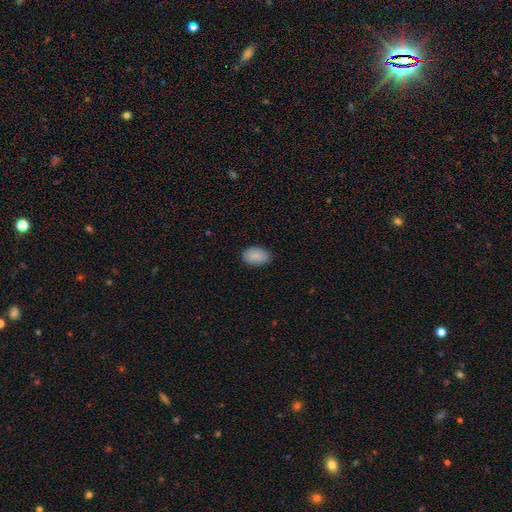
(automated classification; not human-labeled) Smooth or featured? smooth (90%)
How rounded? in between (90%)
Merging? none (88%)